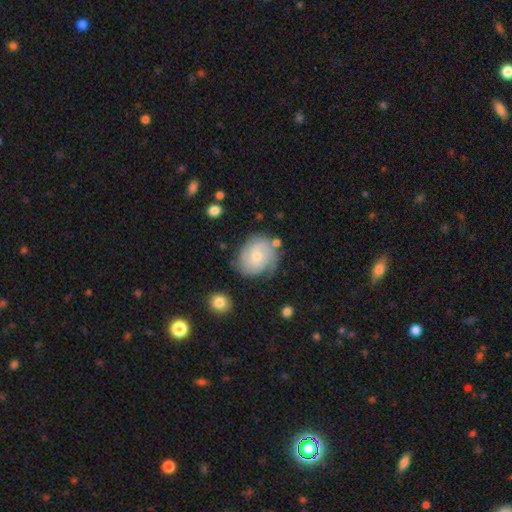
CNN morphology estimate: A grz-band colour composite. It shows a featured or disk galaxy (65%) with no bar (64%), 2 (48%) tight (53%) spiral arms (92%) and a small central bulge (52%). Merging: none (70%).